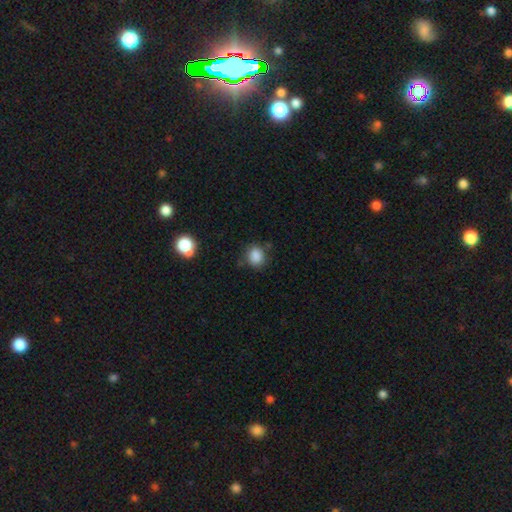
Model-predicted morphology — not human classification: This appears to be a smooth galaxy with no disk features (85%) that is round (67%). Merging: none (77%).